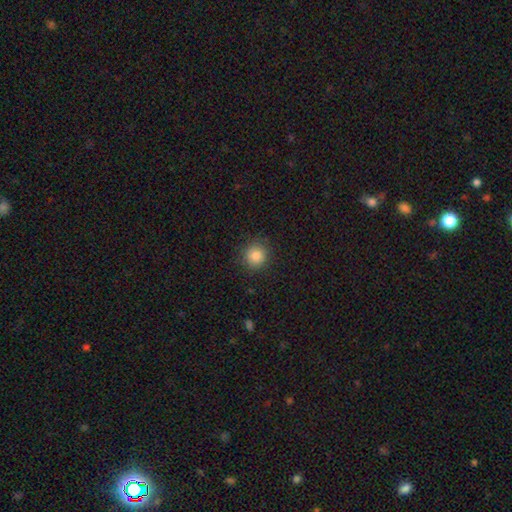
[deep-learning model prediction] Smooth or featured? smooth (85%)
How rounded? round (92%)
Merging? none (88%)